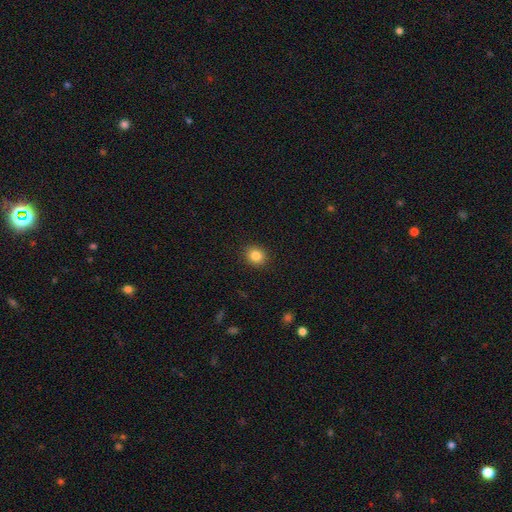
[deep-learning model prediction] A smooth galaxy with no disk features (84%) that is round (74%).

Vote fractions:
- Smooth or featured? smooth: 84% / star or artifact: 11% / featured or disk: 5%
- How rounded? round: 74% / in between: 25% / cigar-shaped: 1%
- Merging? none: 91% / minor disturbance: 6% / major disturbance: 2% / merger: 1%